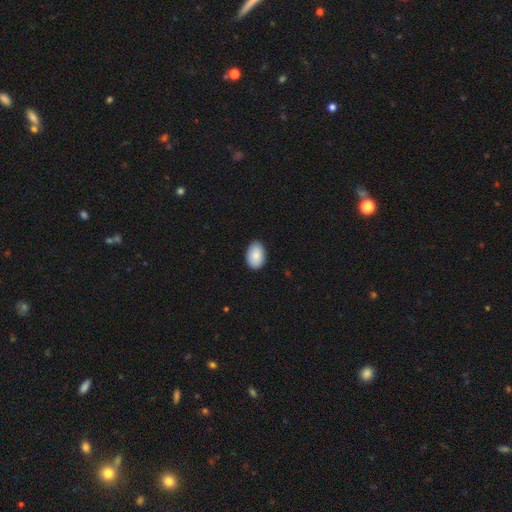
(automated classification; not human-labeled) smooth_or_featured: smooth (p=0.88) [alt: star or artifact p=0.06]
how_rounded: in between (p=0.89) [alt: round p=0.10]
merging: none (p=0.86) [alt: minor disturbance p=0.11]